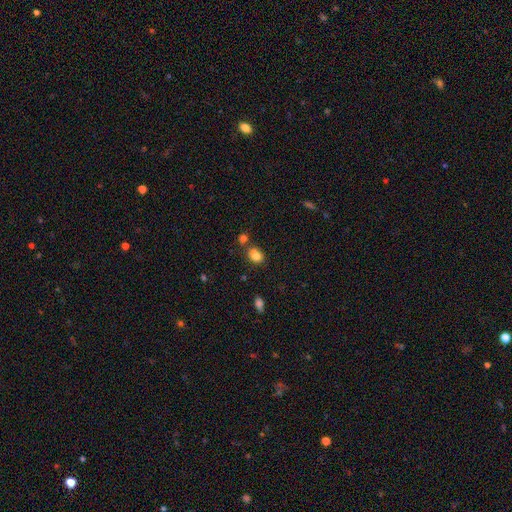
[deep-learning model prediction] Smooth or featured?
  - smooth: 79% *
  - star or artifact: 12%
  - featured or disk: 10%
How rounded?
  - in between: 53% *
  - round: 46%
  - cigar-shaped: 1%
Merging?
  - none: 48% *
  - merger: 33%
  - minor disturbance: 14%
  - major disturbance: 5%